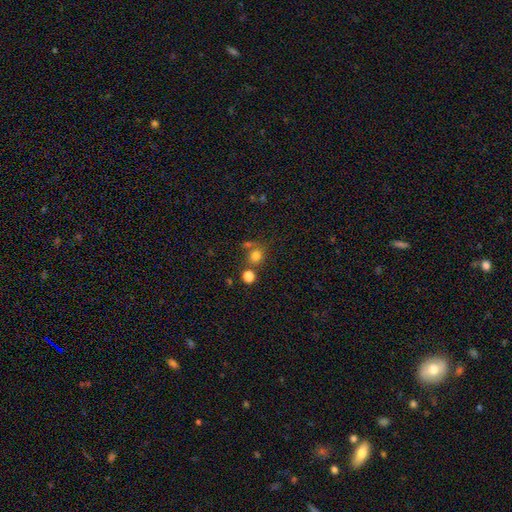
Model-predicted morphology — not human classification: The model was most divided on "merging": none: 63%, merger: 20%, minor disturbance: 11%, major disturbance: 5%. More confident: how rounded — round (79%); smooth or featured — smooth (77%).